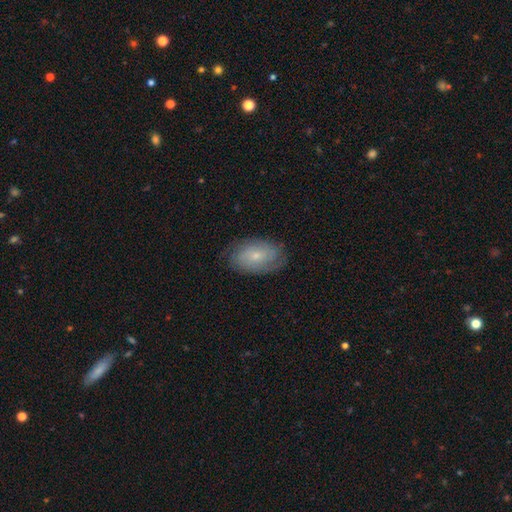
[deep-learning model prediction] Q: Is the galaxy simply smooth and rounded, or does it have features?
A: featured or disk — 51%.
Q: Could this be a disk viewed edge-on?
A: no — 94%.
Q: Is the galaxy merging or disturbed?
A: none — 77%.